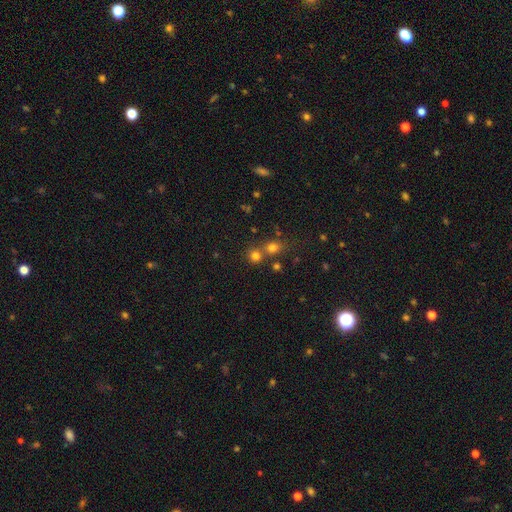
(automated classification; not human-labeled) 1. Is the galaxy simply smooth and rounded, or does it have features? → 73% smooth, 19% star or artifact, 8% featured or disk.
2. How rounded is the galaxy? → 86% round, 13% in between, 1% cigar-shaped.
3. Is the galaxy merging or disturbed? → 55% none, 36% merger, 6% minor disturbance, 3% major disturbance.